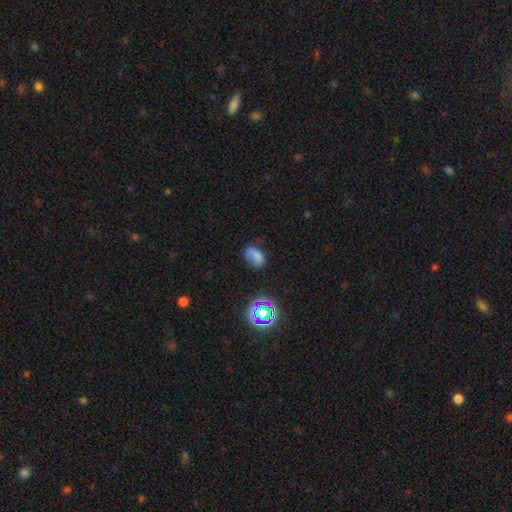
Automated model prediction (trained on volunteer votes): Smooth or featured?
  - smooth: 65% *
  - star or artifact: 17%
  - featured or disk: 17%
How rounded?
  - in between: 78% *
  - round: 20%
  - cigar-shaped: 2%
Merging?
  - none: 50% *
  - minor disturbance: 29%
  - major disturbance: 17%
  - merger: 4%